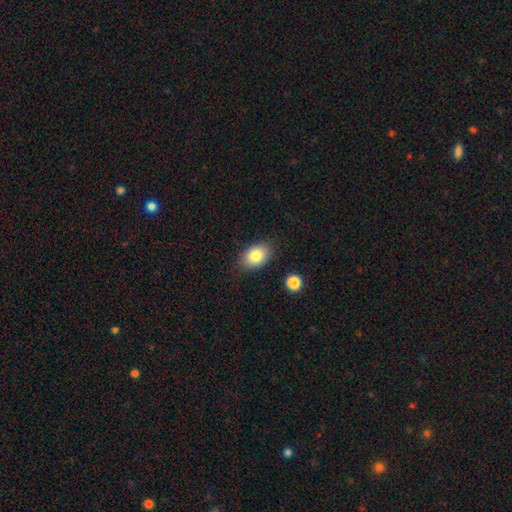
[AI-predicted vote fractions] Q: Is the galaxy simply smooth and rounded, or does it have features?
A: smooth — 83%.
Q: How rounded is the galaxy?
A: in between — 82%.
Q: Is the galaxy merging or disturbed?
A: none — 84%.